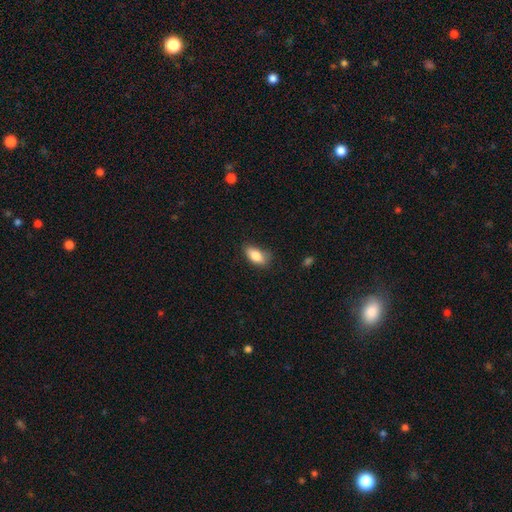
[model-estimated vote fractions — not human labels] This is clearly a smooth galaxy (83%). How rounded: clearly in between (88%). Merging: likely none (71%).